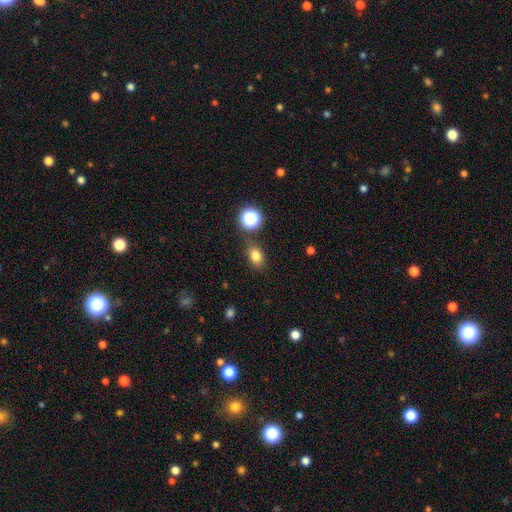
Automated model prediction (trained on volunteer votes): Overall: smooth (77%). How rounded: in between (68%; round 30%). Merging: none (80%).